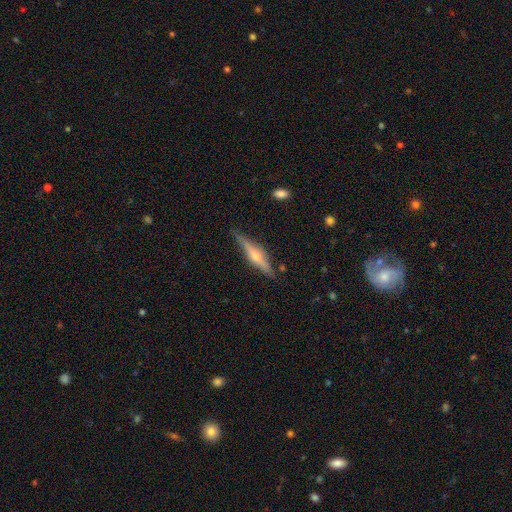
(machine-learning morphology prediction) A featured or disk galaxy (71%) viewed edge-on (97%) with a rounded central bulge (89%). Merging: none (85%).